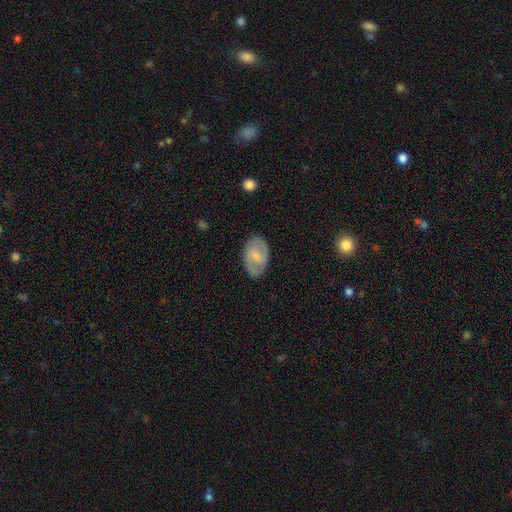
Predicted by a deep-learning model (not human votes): A featured or disk galaxy (60%) with a weak bar (54%), spiral arms (81%) and a small central bulge (53%). Merging: none (79%).